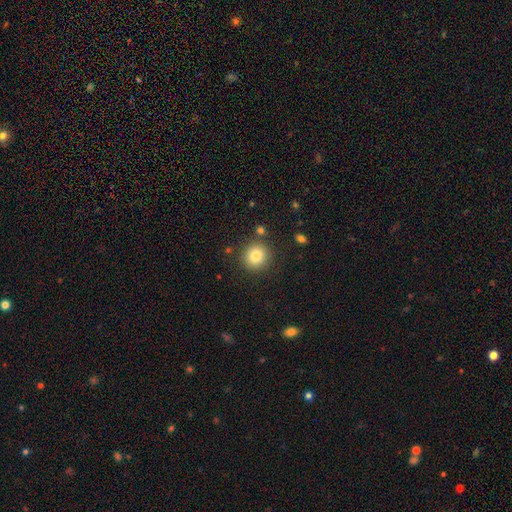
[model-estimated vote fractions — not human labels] Q: Smooth or featured?
A: smooth (81%); runner-up: star or artifact (11%)
Q: How rounded?
A: round (90%); runner-up: in between (9%)
Q: Merging?
A: none (86%); runner-up: minor disturbance (8%)